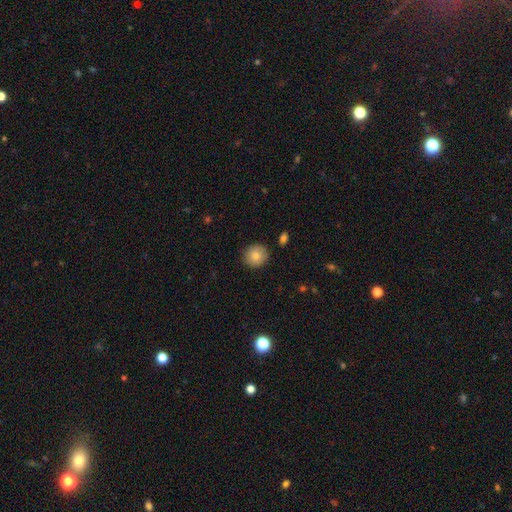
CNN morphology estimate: Smooth or featured? Predicted: smooth (p=0.83). How rounded? Predicted: round (p=0.90). Merging? Predicted: none (p=0.88).